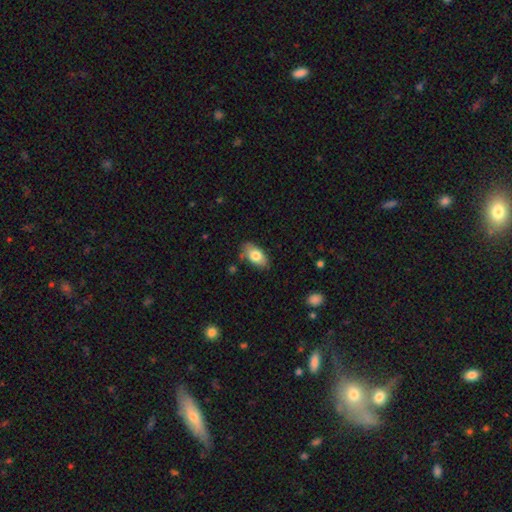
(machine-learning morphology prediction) smooth 78%, featured or disk 15%, star or artifact 7%. Down the decision tree: how rounded — in between (92%); merging — none (80%).